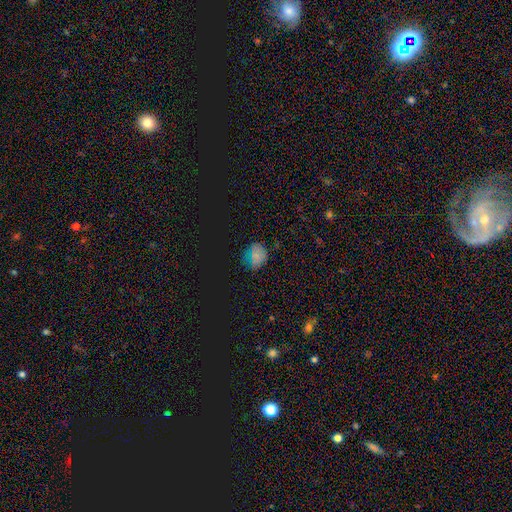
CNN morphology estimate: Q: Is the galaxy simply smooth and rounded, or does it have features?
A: smooth — 48%.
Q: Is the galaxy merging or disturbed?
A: none — 78%.